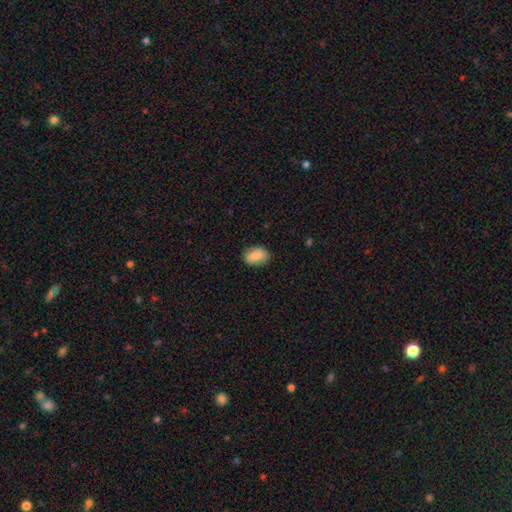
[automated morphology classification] This appears to be a smooth galaxy with no disk features (81%) that is in between round and cigar-shaped (79%). Merging: none (81%).